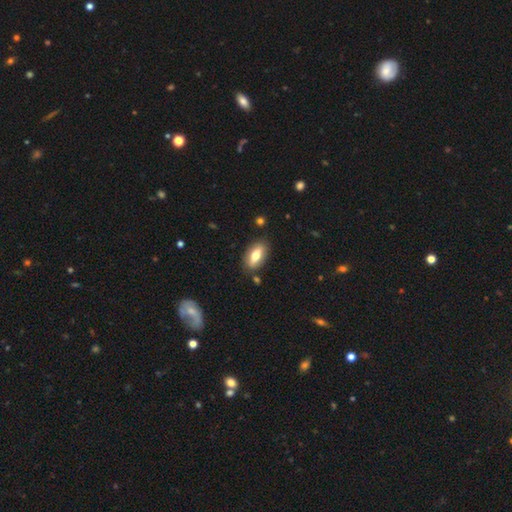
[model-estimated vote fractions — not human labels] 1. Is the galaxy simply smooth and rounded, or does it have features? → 68% smooth, 25% featured or disk, 7% star or artifact.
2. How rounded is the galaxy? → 86% in between, 11% cigar-shaped, 3% round.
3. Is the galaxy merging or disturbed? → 83% none, 11% minor disturbance, 3% merger, 3% major disturbance.